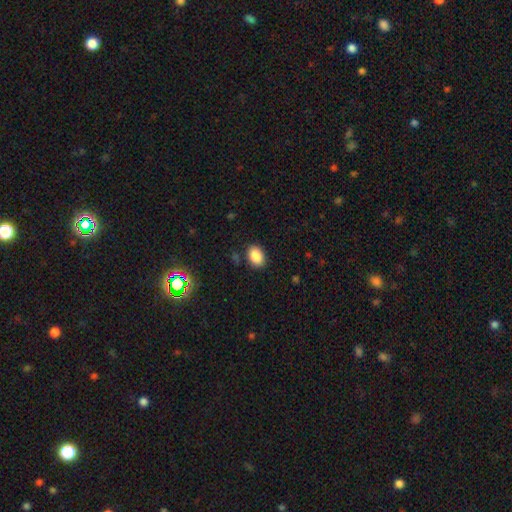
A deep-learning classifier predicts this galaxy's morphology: smooth_or_featured: smooth (p=0.86) [alt: star or artifact p=0.09]
how_rounded: in between (p=0.80) [alt: round p=0.19]
merging: none (p=0.86) [alt: minor disturbance p=0.10]